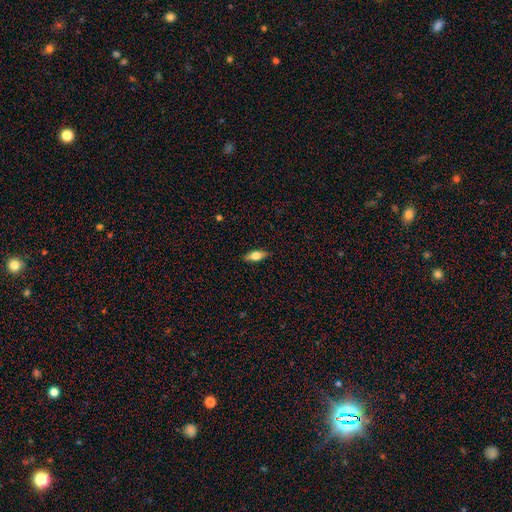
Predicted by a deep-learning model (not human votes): This is likely a smooth galaxy (64%). How rounded: likely in between (72%). Merging: clearly none (87%).